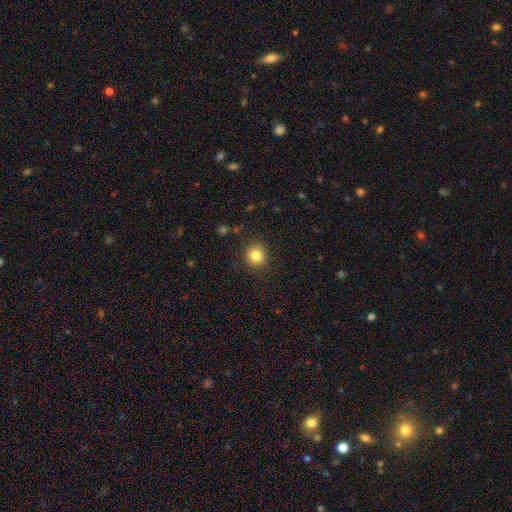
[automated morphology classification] A smooth galaxy with no disk features (83%) that is round (86%). Merging: none (88%).